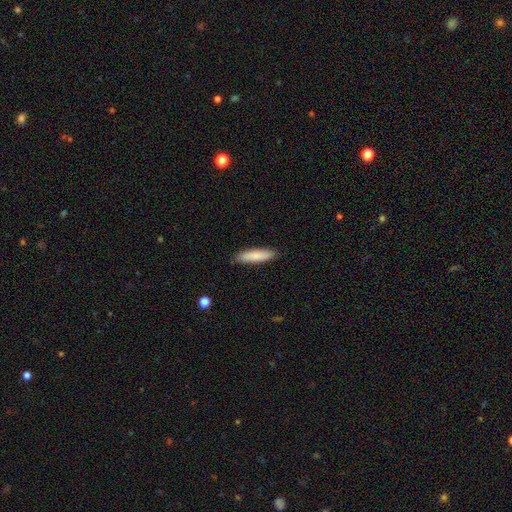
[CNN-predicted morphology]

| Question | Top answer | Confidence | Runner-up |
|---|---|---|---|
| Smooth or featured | smooth | 81% | featured or disk (13%) |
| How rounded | cigar-shaped | 73% | in between (26%) |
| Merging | none | 87% | minor disturbance (10%) |